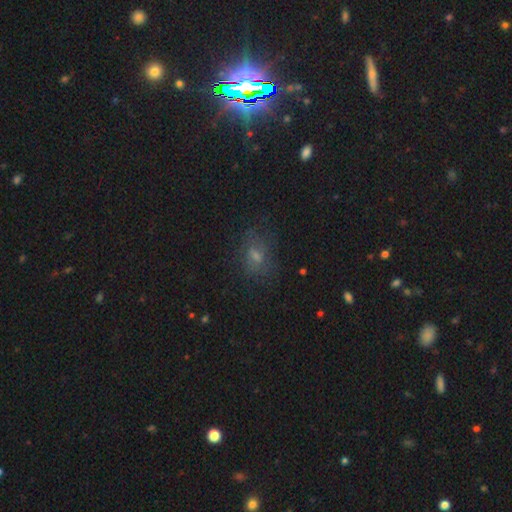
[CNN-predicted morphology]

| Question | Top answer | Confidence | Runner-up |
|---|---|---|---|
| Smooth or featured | smooth | 50% | star or artifact (30%) |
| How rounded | in between | 56% | round (42%) |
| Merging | none | 69% | minor disturbance (18%) |